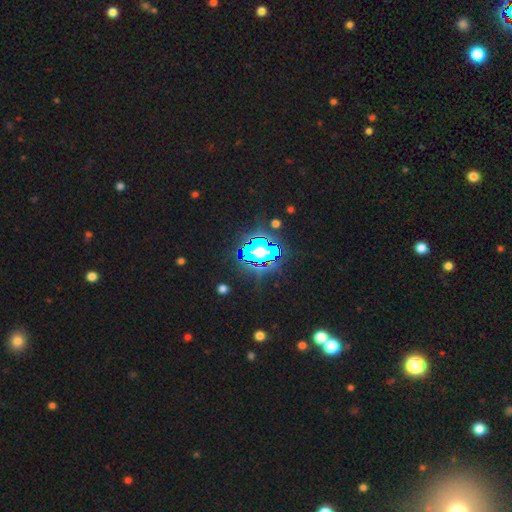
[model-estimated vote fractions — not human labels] Smooth or featured? star or artifact (83%)